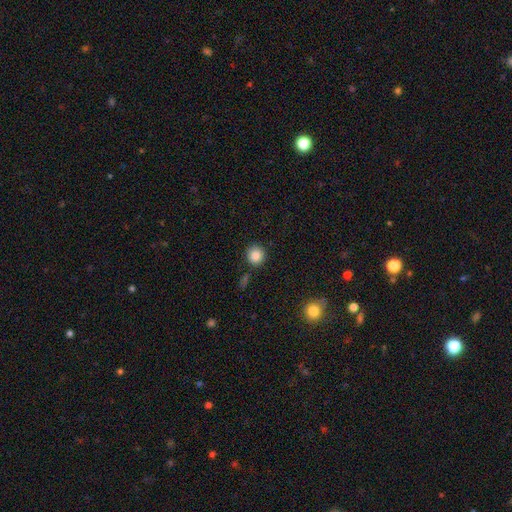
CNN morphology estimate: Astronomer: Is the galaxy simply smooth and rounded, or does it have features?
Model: smooth — 85%.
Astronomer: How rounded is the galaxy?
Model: round — 91%.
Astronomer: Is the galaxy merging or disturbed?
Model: none — 86%.